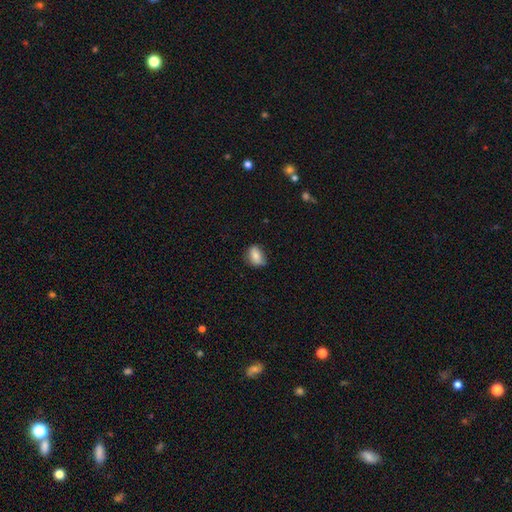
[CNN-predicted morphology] A smooth galaxy with no disk features (79%) that is in between round and cigar-shaped (75%). Merging: none (68%).